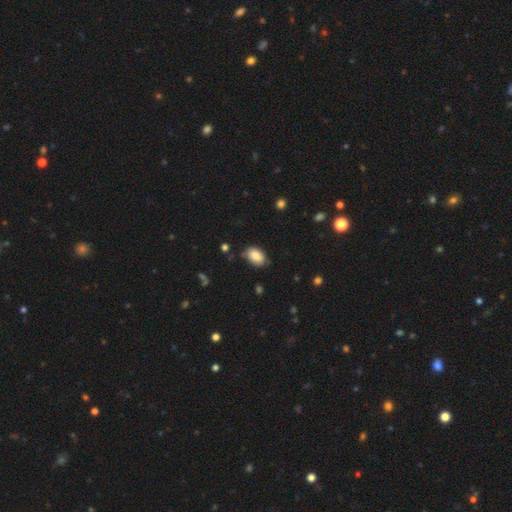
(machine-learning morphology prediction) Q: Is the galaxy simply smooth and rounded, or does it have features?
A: smooth — 84%.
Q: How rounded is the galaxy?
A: in between — 89%.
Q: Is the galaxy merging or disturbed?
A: none — 69%.